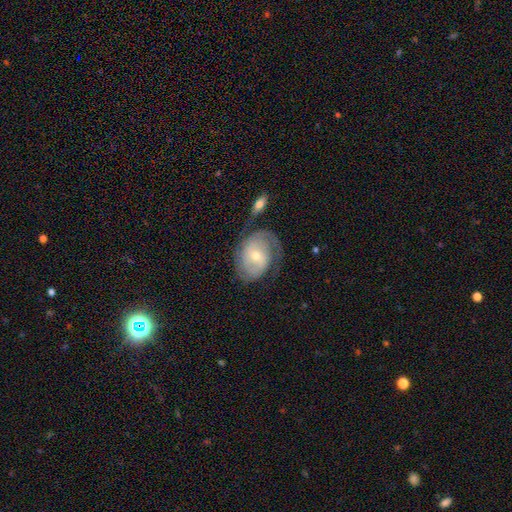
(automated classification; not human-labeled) Q: Smooth or featured?
A: featured or disk (77%); runner-up: smooth (17%)
Q: Edge-on disk?
A: no (96%); runner-up: yes (4%)
Q: Bar?
A: no (55%); runner-up: weak (37%)
Q: Spiral arms?
A: yes (92%); runner-up: no (8%)
Q: Spiral winding?
A: tight (48%); runner-up: medium (37%)
Q: Spiral arm count?
A: 2 (56%); runner-up: can't tell (21%)
Q: Bulge size?
A: small (52%); runner-up: moderate (44%)
Q: Merging?
A: none (55%); runner-up: minor disturbance (22%)